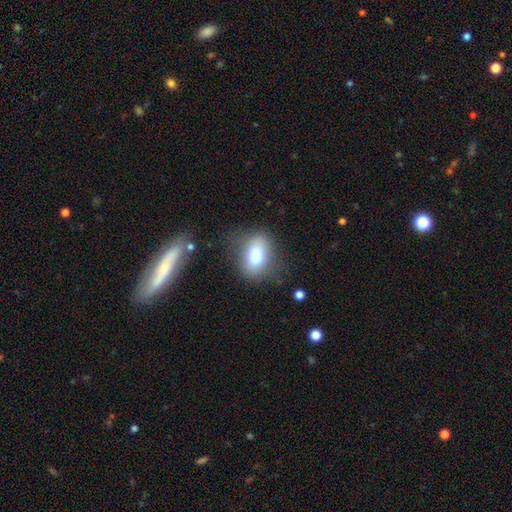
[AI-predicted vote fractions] Morphology: type=smooth (78%); roundness=in between (77%); merging=none (64%).